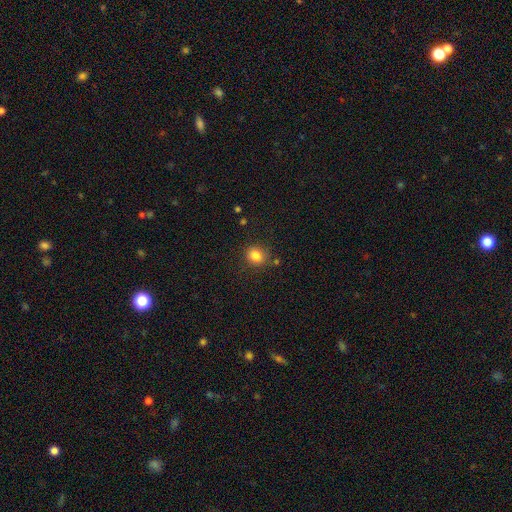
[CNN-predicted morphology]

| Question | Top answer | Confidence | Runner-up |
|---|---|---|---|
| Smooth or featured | smooth | 83% | star or artifact (11%) |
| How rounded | round | 77% | in between (22%) |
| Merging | none | 80% | minor disturbance (13%) |